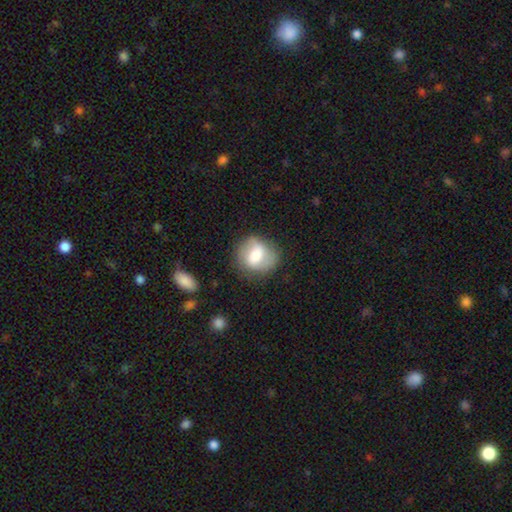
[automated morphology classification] This appears to be a smooth galaxy with no disk features (52%) that is round (71%). Merging: none (72%).